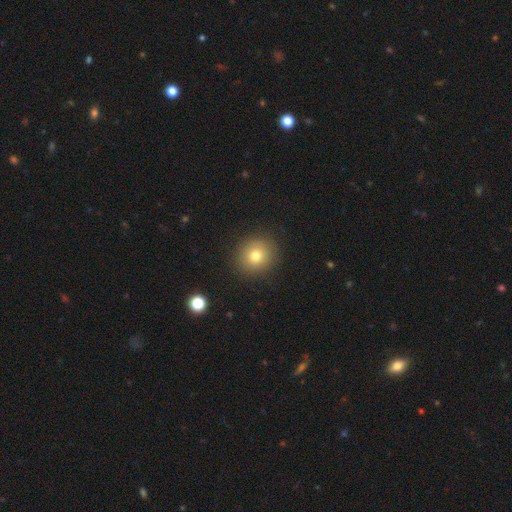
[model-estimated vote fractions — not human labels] Overall: smooth (76%). How rounded: round (86%). Merging: none (90%).